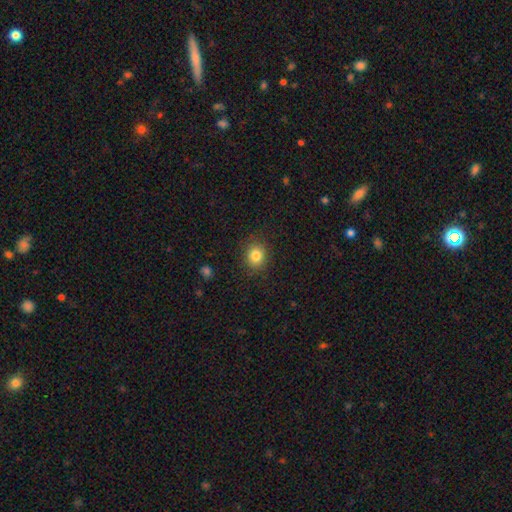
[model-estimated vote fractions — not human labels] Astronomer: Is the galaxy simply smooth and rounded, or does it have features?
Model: smooth — 83%.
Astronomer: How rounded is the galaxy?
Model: round — 73%.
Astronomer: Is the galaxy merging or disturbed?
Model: none — 87%.